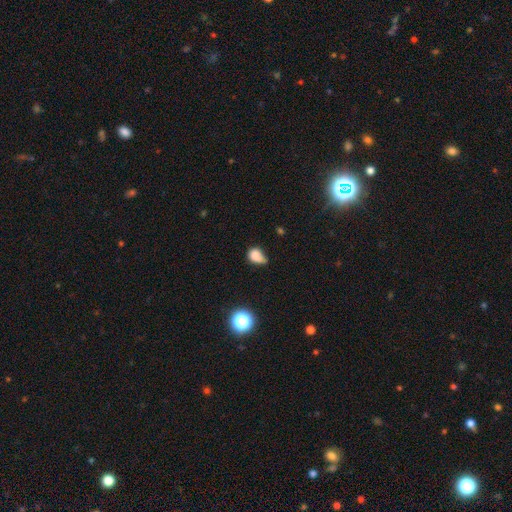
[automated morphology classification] Smooth or featured? Predicted: smooth (p=0.77). How rounded? Predicted: in between (p=0.57). Merging? Predicted: minor disturbance (p=0.41).